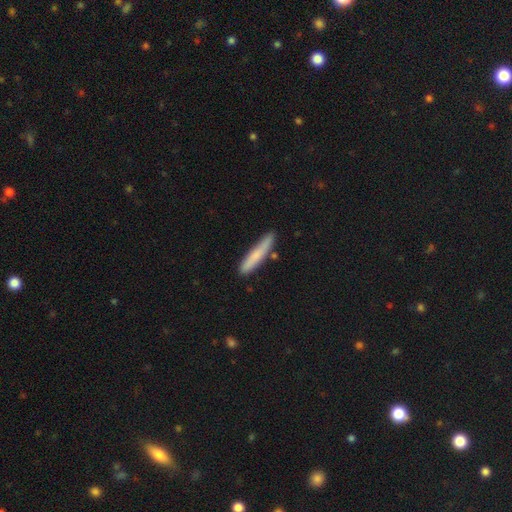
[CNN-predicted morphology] The model was most divided on "smooth or featured": smooth: 74%, featured or disk: 20%, star or artifact: 6%. More confident: how rounded — cigar-shaped (93%); merging — none (79%).